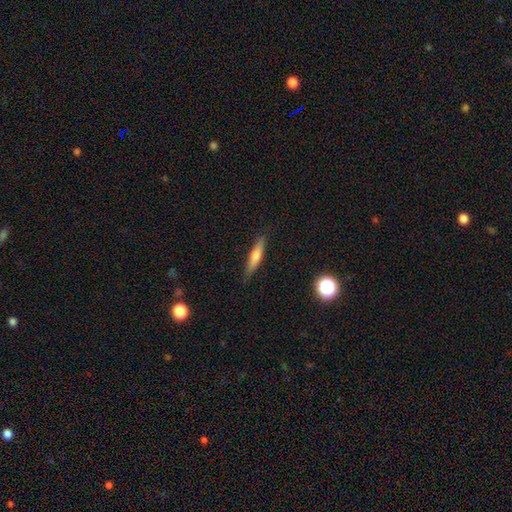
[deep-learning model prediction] The model was most divided on "smooth or featured": smooth: 63%, featured or disk: 30%, star or artifact: 7%. More confident: merging — none (85%); how rounded — cigar-shaped (84%).